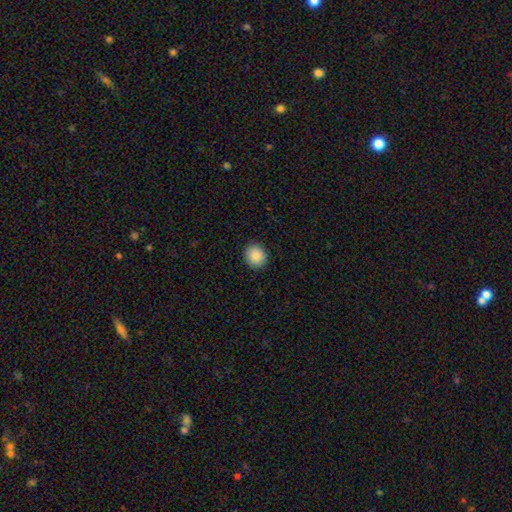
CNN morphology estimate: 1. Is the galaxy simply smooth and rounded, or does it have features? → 89% smooth, 8% star or artifact, 3% featured or disk.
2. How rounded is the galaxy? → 80% round, 19% in between, 1% cigar-shaped.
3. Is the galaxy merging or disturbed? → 91% none, 6% minor disturbance, 2% major disturbance, 1% merger.